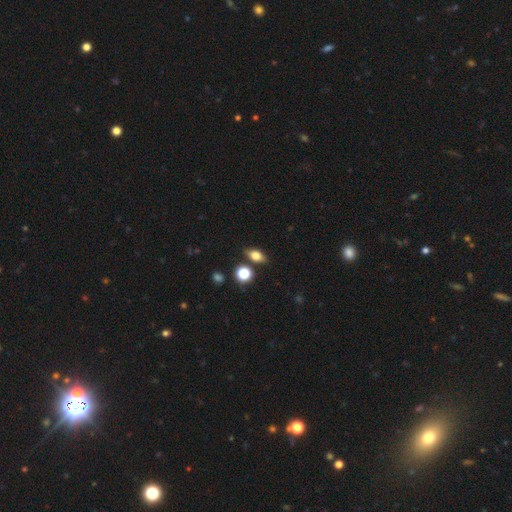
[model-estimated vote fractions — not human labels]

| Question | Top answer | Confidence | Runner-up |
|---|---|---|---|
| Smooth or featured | smooth | 73% | featured or disk (15%) |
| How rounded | in between | 75% | round (18%) |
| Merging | none | 79% | minor disturbance (13%) |